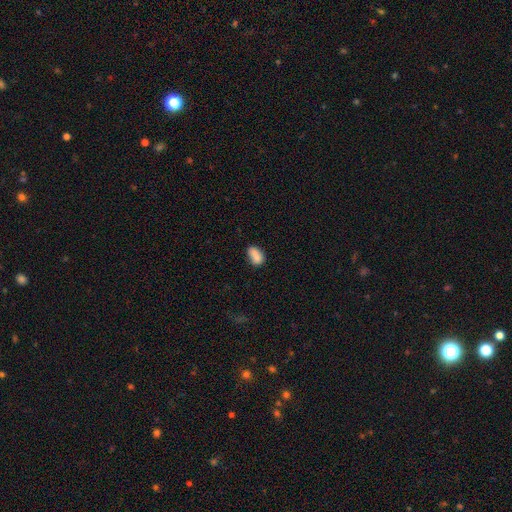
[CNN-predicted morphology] Smooth or featured? Predicted: smooth (p=0.84). How rounded? Predicted: in between (p=0.87). Merging? Predicted: none (p=0.61).